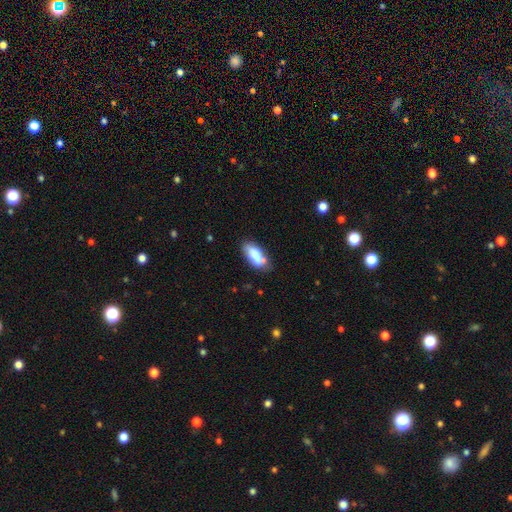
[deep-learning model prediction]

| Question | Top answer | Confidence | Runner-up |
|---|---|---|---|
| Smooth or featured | smooth | 78% | featured or disk (15%) |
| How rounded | in between | 81% | cigar-shaped (17%) |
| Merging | none | 68% | minor disturbance (22%) |